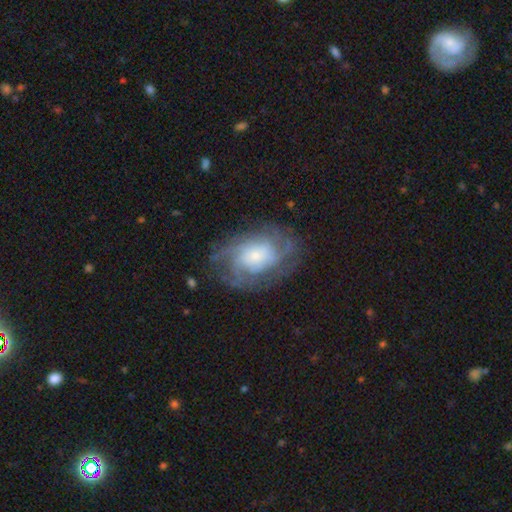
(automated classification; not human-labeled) Smooth or featured: featured or disk — 79% (smooth — 13%)
Edge-on disk: no — 97% (yes — 3%)
Bar: no — 75% (weak — 21%)
Spiral arms: yes — 93% (no — 7%)
Spiral winding: tight — 50% (medium — 37%)
Spiral arm count: can't tell — 32% (4 — 23%)
Bulge size: small — 64% (moderate — 23%)
Merging: none — 70% (minor disturbance — 17%)